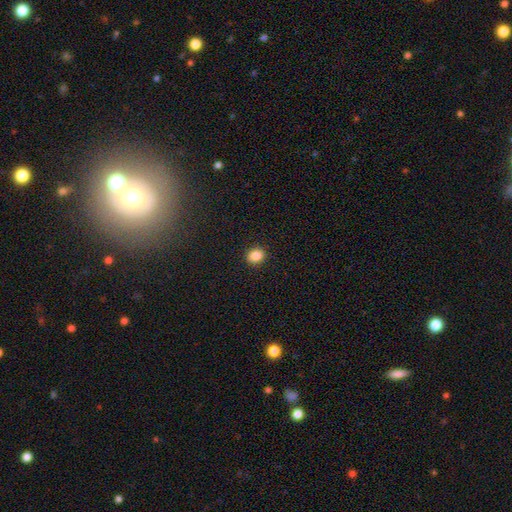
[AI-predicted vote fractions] Smooth or featured? smooth (87%)
How rounded? round (60%)
Merging? none (90%)